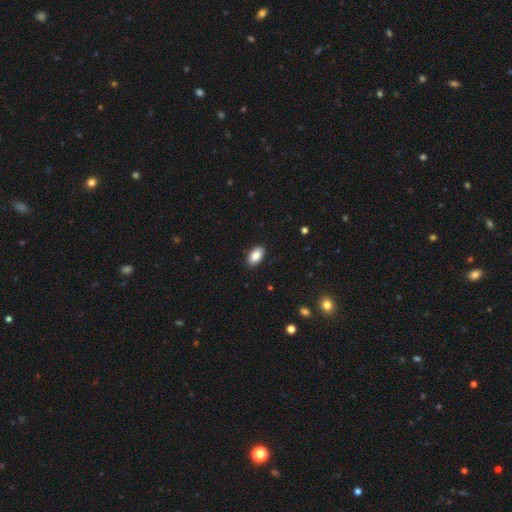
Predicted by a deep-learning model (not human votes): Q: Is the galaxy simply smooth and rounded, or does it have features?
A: smooth — 88%.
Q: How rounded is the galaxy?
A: in between — 94%.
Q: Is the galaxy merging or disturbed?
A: none — 89%.